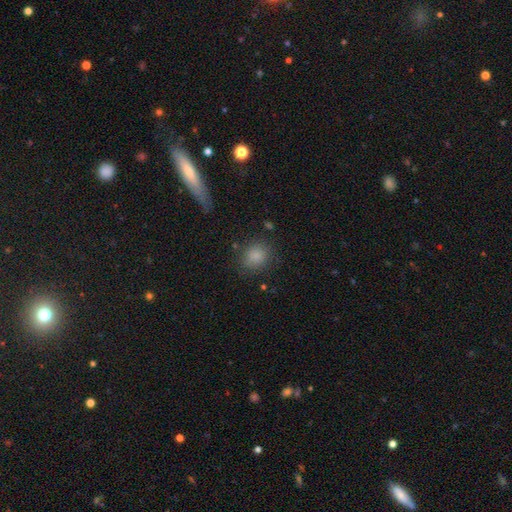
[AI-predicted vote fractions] Smooth or featured: smooth — 83% (star or artifact — 10%)
How rounded: round — 71% (in between — 28%)
Merging: none — 80% (minor disturbance — 13%)